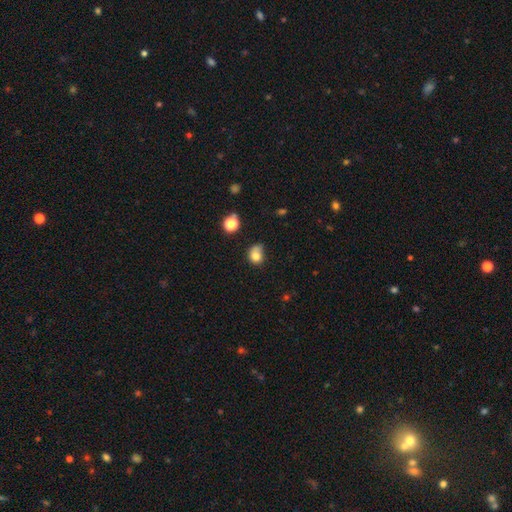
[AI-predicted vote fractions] This appears to be a smooth galaxy with no disk features (77%) that is round (63%). Merging: none (39%).